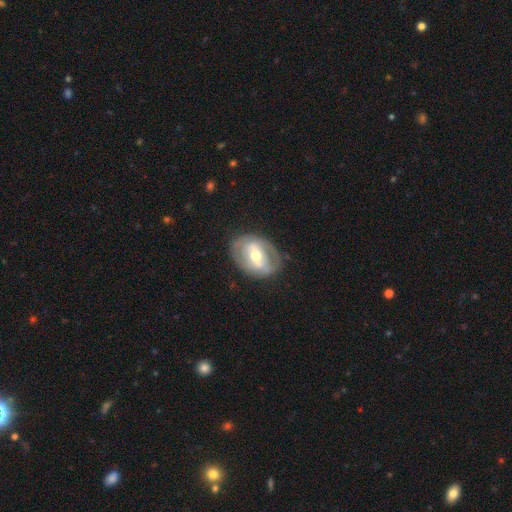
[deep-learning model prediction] Overall: featured or disk (66%; smooth 29%). Edge-on disk: no (94%). Bar: strong (35%; weak 33%). Spiral arms: no (58%; yes 42%). Bulge size: moderate (72%). Merging: none (73%).